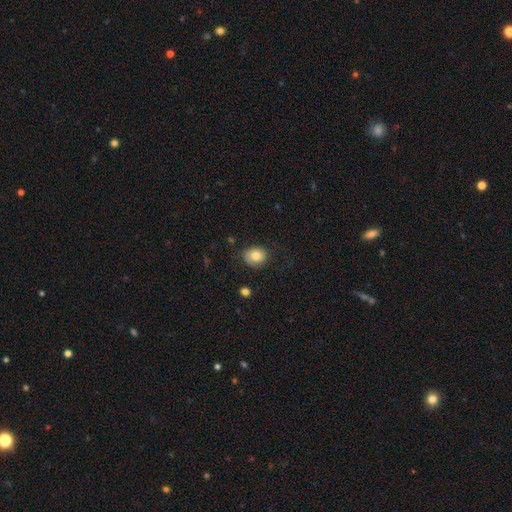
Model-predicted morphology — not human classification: smooth_or_featured: smooth (p=0.80) [alt: featured or disk p=0.11]
how_rounded: round (p=0.64) [alt: in between p=0.35]
merging: none (p=0.77) [alt: minor disturbance p=0.17]